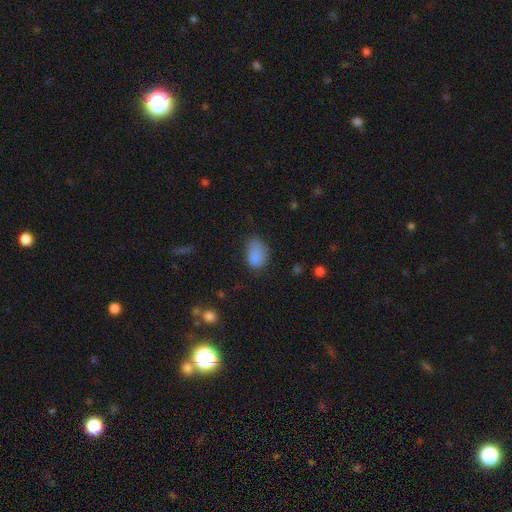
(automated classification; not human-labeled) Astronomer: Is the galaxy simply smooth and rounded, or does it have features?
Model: smooth — 82%.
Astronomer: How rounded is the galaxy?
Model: in between — 83%.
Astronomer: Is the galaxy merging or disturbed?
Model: none — 42% (runner-up: minor disturbance, 36%).